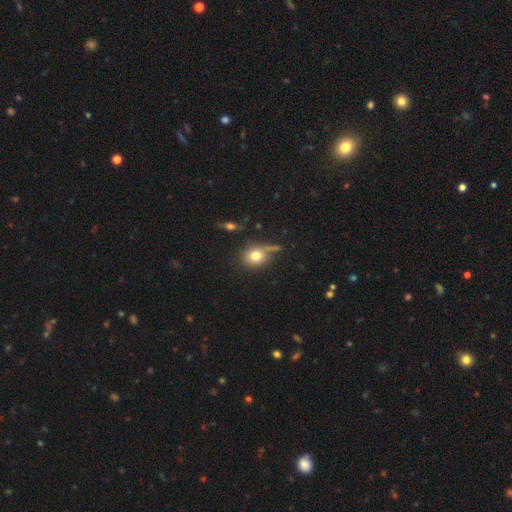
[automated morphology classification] This appears to be a smooth galaxy with no disk features (76%) that is round (69%). Merging: none (59%).